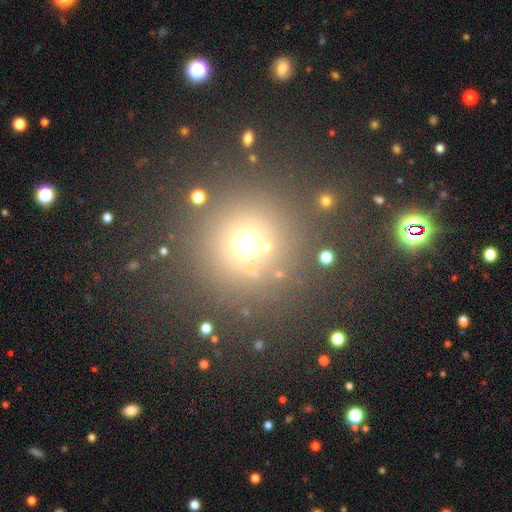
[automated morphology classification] Smooth or featured?
  - smooth: 56% *
  - star or artifact: 36%
  - featured or disk: 8%
How rounded?
  - round: 95% *
  - in between: 4%
  - cigar-shaped: 1%
Merging?
  - none: 82% *
  - minor disturbance: 7%
  - merger: 6%
  - major disturbance: 4%